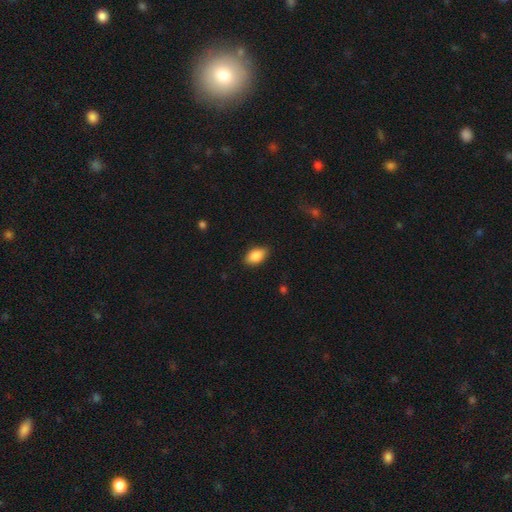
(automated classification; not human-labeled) A smooth galaxy with no disk features (85%) that is in between round and cigar-shaped (90%). Merging: none (83%).